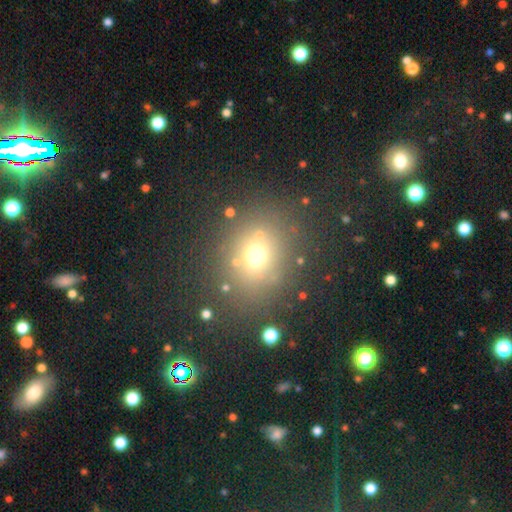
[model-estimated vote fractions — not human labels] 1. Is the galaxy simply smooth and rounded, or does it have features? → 65% smooth, 23% star or artifact, 11% featured or disk.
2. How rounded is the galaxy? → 72% round, 27% in between, 1% cigar-shaped.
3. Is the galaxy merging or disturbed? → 78% none, 10% minor disturbance, 6% merger, 6% major disturbance.